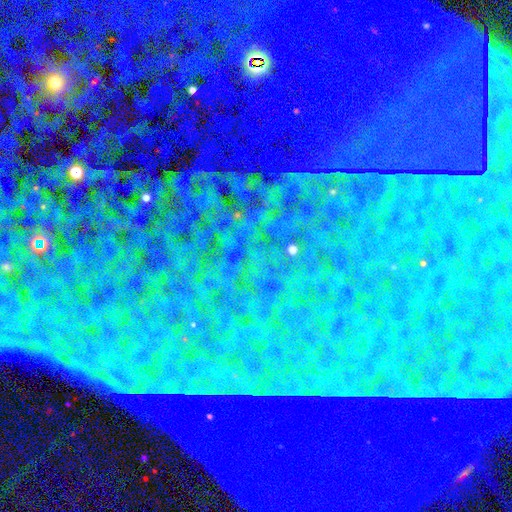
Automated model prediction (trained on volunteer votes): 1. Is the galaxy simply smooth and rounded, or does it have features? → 85% star or artifact, 8% smooth, 7% featured or disk.